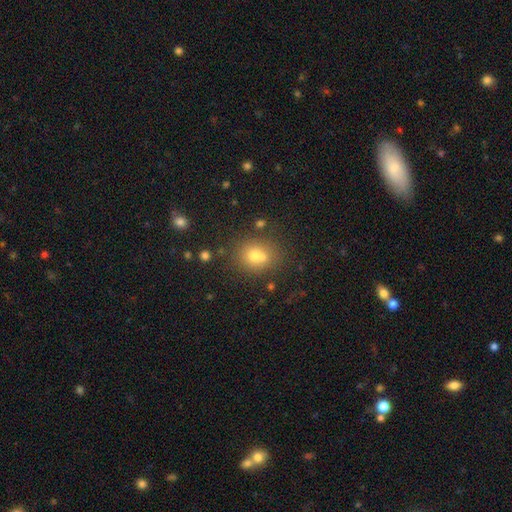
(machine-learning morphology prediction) Q: Smooth or featured?
A: smooth (68%); runner-up: star or artifact (17%)
Q: How rounded?
A: round (73%); runner-up: in between (26%)
Q: Merging?
A: none (54%); runner-up: merger (32%)